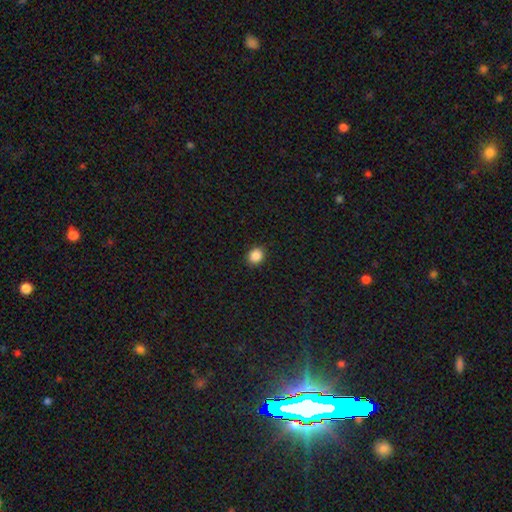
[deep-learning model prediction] Smooth or featured? smooth (87%)
How rounded? round (66%)
Merging? none (91%)